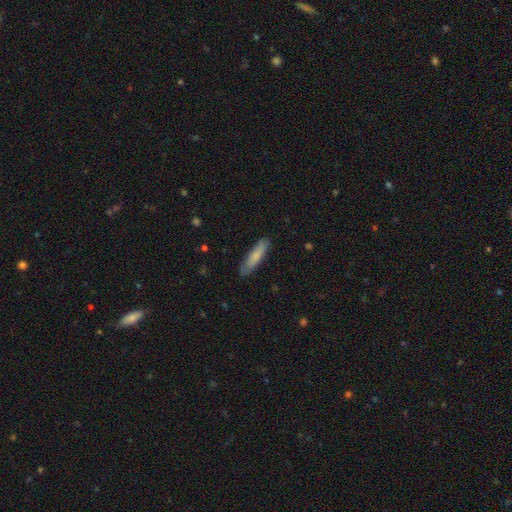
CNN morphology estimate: This appears to be a smooth galaxy with no disk features (78%) that is cigar-shaped (78%). Merging: none (83%).